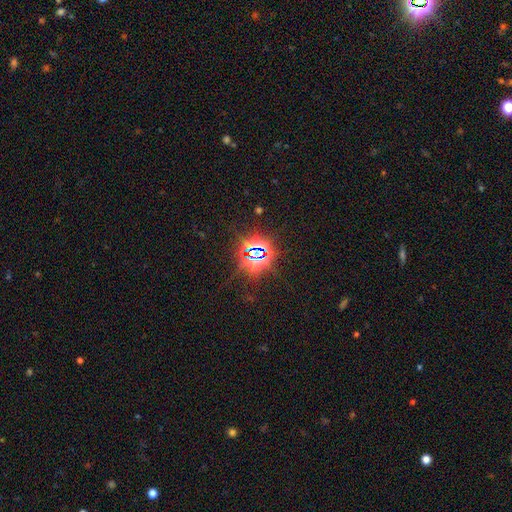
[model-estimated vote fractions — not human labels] Smooth or featured?
  - star or artifact: 82% *
  - smooth: 10%
  - featured or disk: 8%